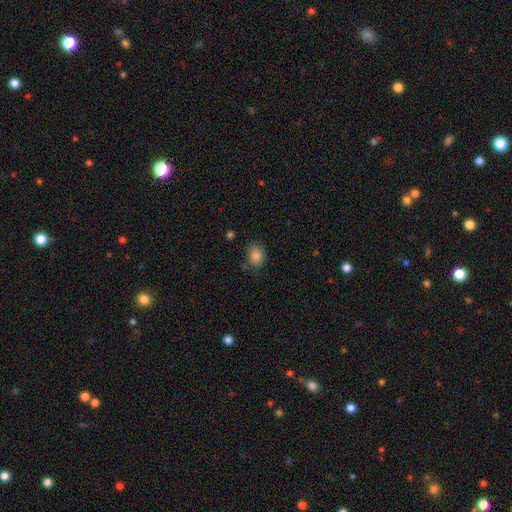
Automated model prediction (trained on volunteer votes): Overall: smooth (86%). How rounded: in between (61%; round 38%). Merging: none (76%).